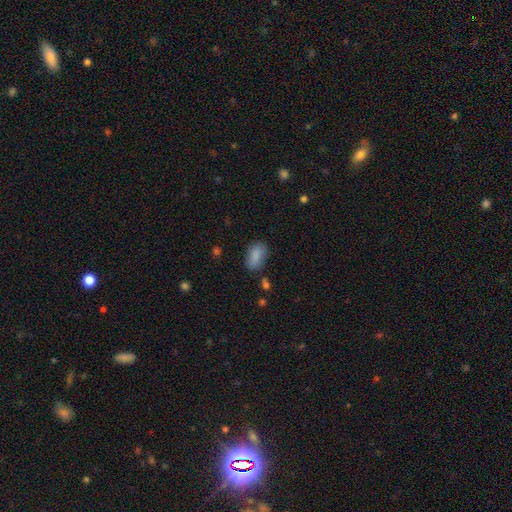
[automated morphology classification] Overall: smooth (86%). How rounded: in between (90%). Merging: none (72%).